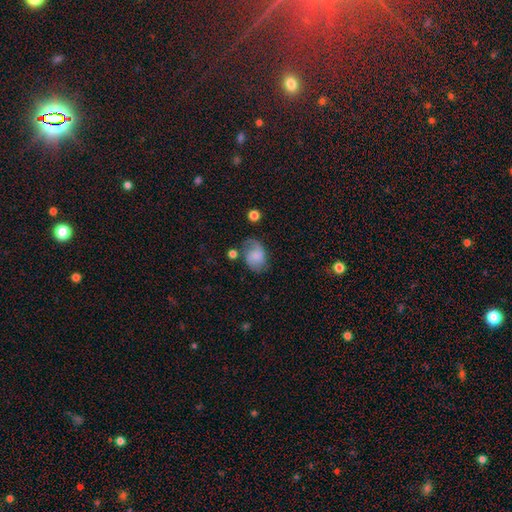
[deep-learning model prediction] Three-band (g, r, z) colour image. It shows a smooth galaxy with no disk features (46%). Merging: none (56%).